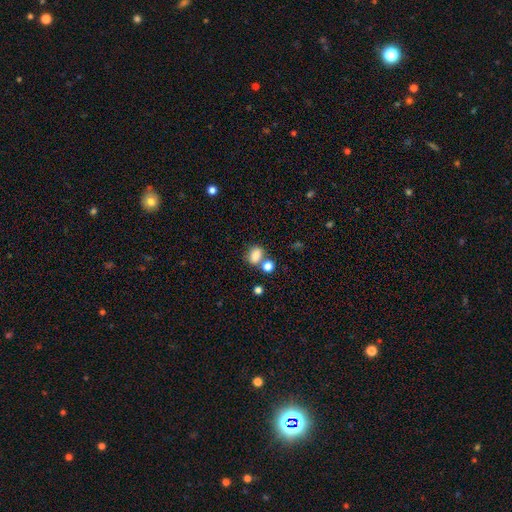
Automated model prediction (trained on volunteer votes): Smooth or featured? Predicted: smooth (p=0.81). How rounded? Predicted: in between (p=0.65). Merging? Predicted: none (p=0.48).